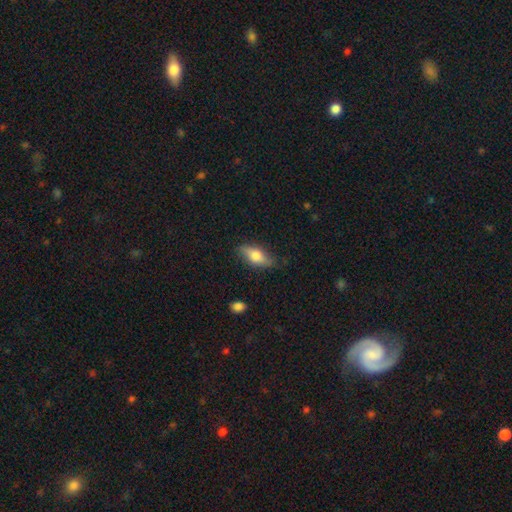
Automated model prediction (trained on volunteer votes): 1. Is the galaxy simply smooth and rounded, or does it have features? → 65% smooth, 28% featured or disk, 7% star or artifact.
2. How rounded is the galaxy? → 73% in between, 23% cigar-shaped, 4% round.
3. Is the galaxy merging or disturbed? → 79% none, 17% minor disturbance, 3% major disturbance, 1% merger.